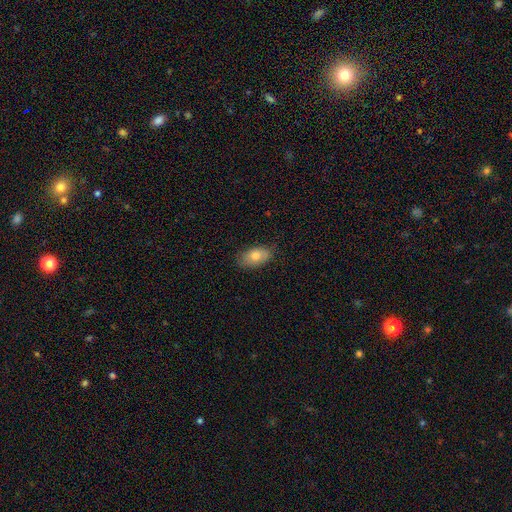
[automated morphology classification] The model was most divided on "smooth or featured": smooth: 74%, featured or disk: 19%, star or artifact: 7%. More confident: how rounded — in between (92%); merging — none (81%).